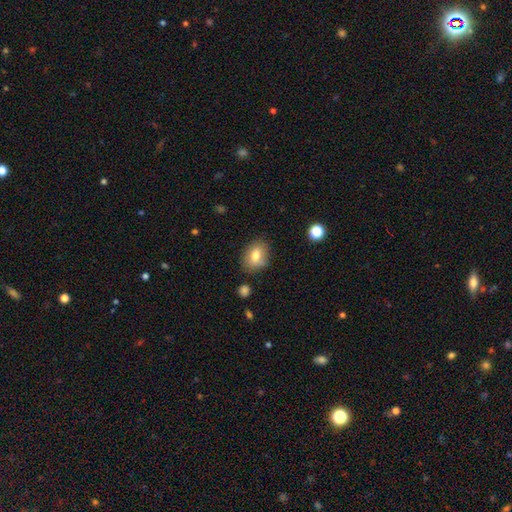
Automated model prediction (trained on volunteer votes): smooth-or-featured: smooth: 76% | featured or disk: 15% | star or artifact: 9%
  how-rounded: in between: 64% | round: 35% | cigar-shaped: 1%
  merging: none: 79% | minor disturbance: 15% | major disturbance: 4% | merger: 2%